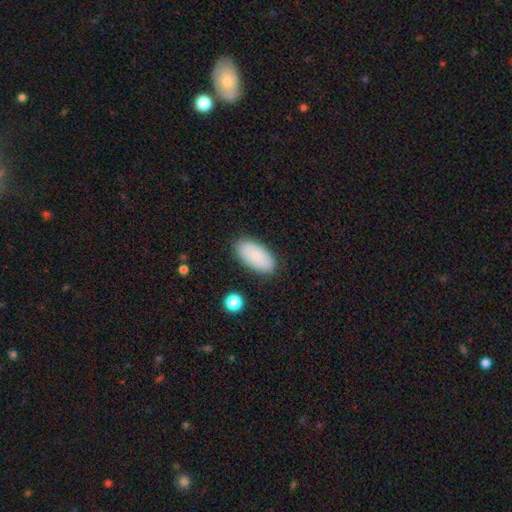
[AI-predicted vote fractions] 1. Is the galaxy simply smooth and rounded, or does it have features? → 83% smooth, 10% featured or disk, 7% star or artifact.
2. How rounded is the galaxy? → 95% in between, 3% cigar-shaped, 2% round.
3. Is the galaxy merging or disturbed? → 86% none, 10% minor disturbance, 2% major disturbance, 1% merger.